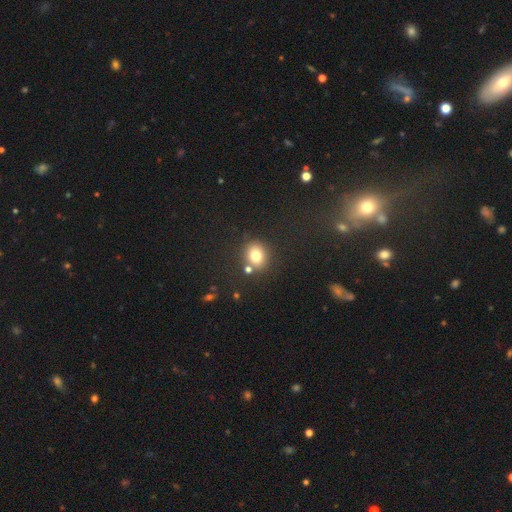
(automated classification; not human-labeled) Overall: smooth (78%). How rounded: round (67%; in between 32%). Merging: none (74%).